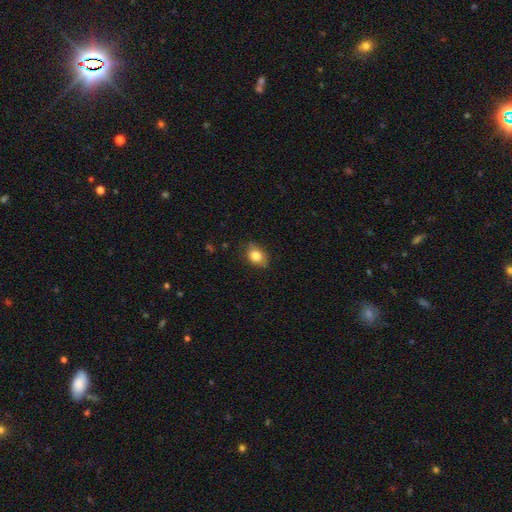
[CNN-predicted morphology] A smooth galaxy with no disk features (82%) that is in between round and cigar-shaped (68%). Merging: none (75%).